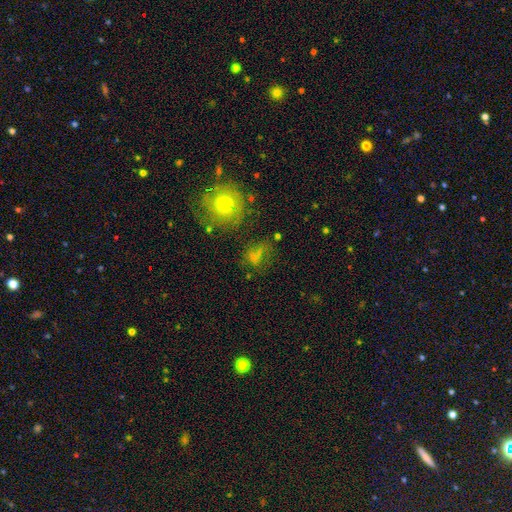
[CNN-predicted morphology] A smooth galaxy with no disk features (51%) that is in between round and cigar-shaped (53%).

Vote fractions:
- Smooth or featured? smooth: 51% / star or artifact: 26% / featured or disk: 23%
- How rounded? in between: 53% / round: 43% / cigar-shaped: 5%
- Merging? none: 48% / major disturbance: 19% / minor disturbance: 19% / merger: 13%